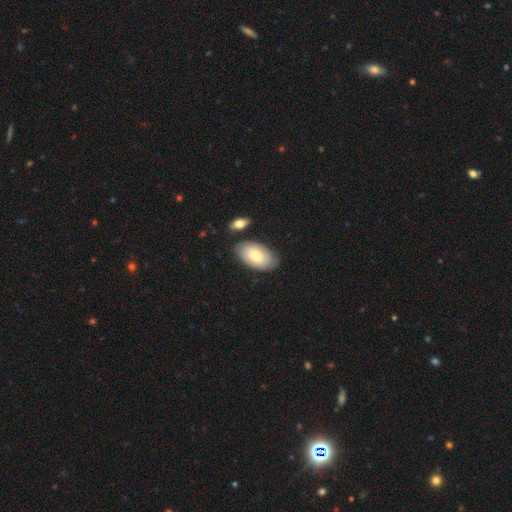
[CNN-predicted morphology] smooth_or_featured: smooth (p=0.64) [alt: featured or disk p=0.31]
how_rounded: in between (p=0.94) [alt: round p=0.04]
merging: none (p=0.76) [alt: minor disturbance p=0.15]